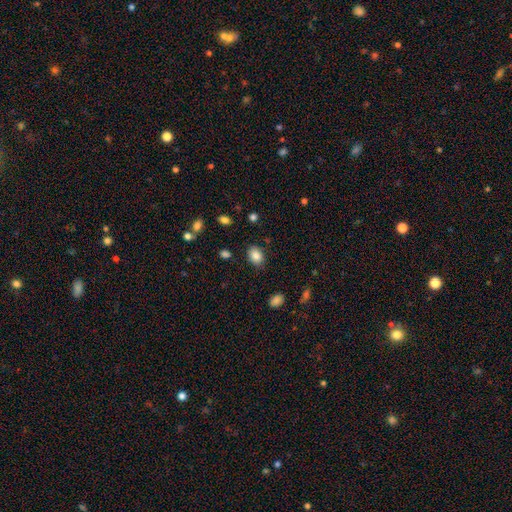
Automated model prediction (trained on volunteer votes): smooth-or-featured: smooth: 86% | star or artifact: 9% | featured or disk: 5%
  how-rounded: in between: 72% | round: 27% | cigar-shaped: 1%
  merging: none: 84% | minor disturbance: 11% | major disturbance: 3% | merger: 2%